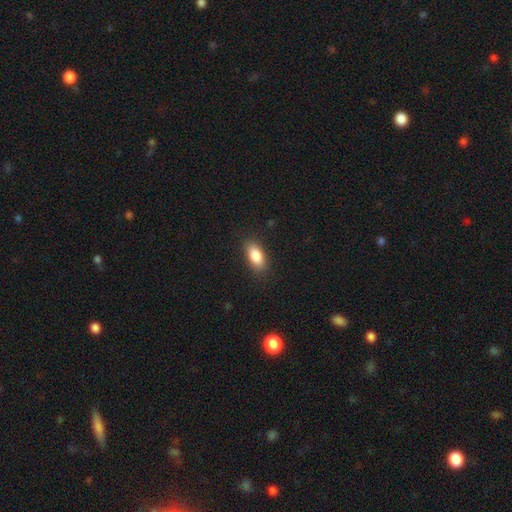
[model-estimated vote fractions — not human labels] A smooth galaxy with no disk features (86%) that is in between round and cigar-shaped (87%). Merging: none (87%).